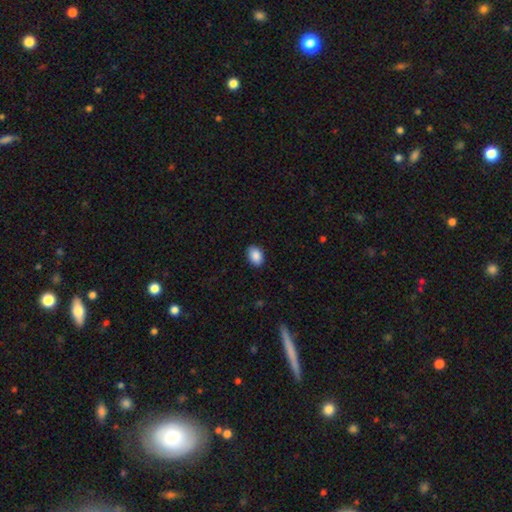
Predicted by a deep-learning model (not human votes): Smooth or featured? smooth (89%)
How rounded? in between (85%)
Merging? none (88%)